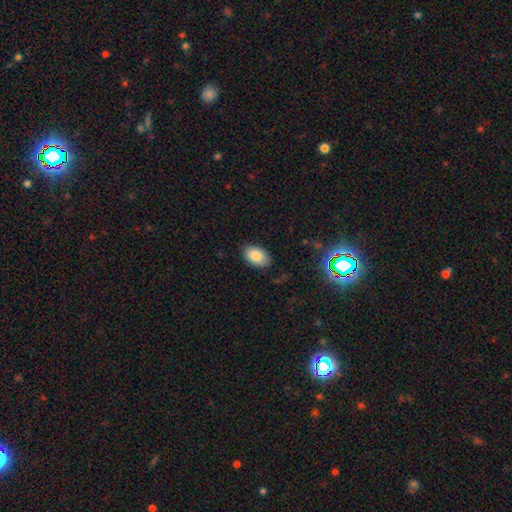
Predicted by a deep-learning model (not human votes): Smooth or featured?
  - smooth: 85% *
  - star or artifact: 8%
  - featured or disk: 7%
How rounded?
  - in between: 92% *
  - round: 7%
  - cigar-shaped: 1%
Merging?
  - none: 85% *
  - minor disturbance: 12%
  - major disturbance: 2%
  - merger: 1%